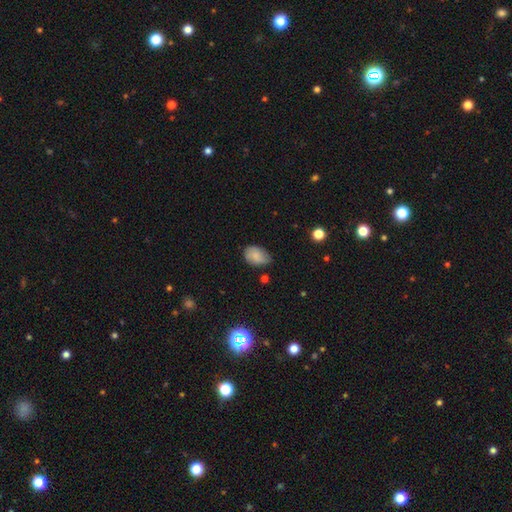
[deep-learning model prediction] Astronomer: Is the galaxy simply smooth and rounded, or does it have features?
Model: smooth — 78%.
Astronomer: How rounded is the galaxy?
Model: in between — 86%.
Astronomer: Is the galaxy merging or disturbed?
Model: none — 64%.